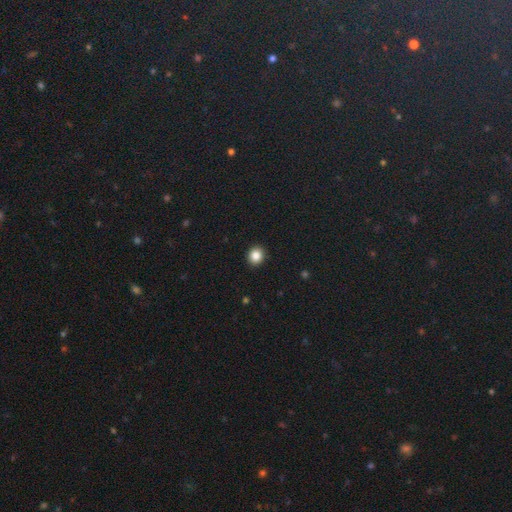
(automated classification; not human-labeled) A smooth galaxy with no disk features (85%) that is round (85%). Merging: none (93%).